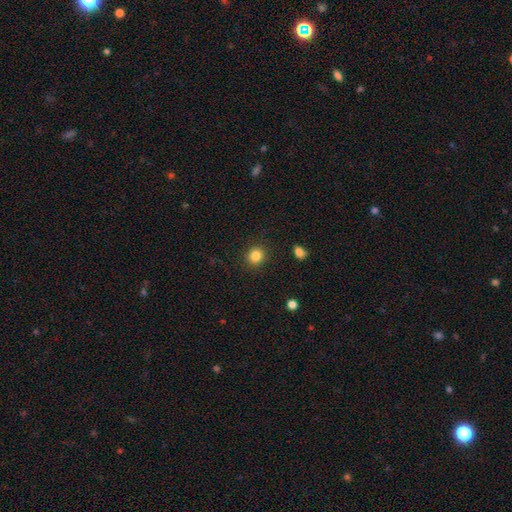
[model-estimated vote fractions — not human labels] Overall: smooth (85%). How rounded: round (87%). Merging: none (90%).